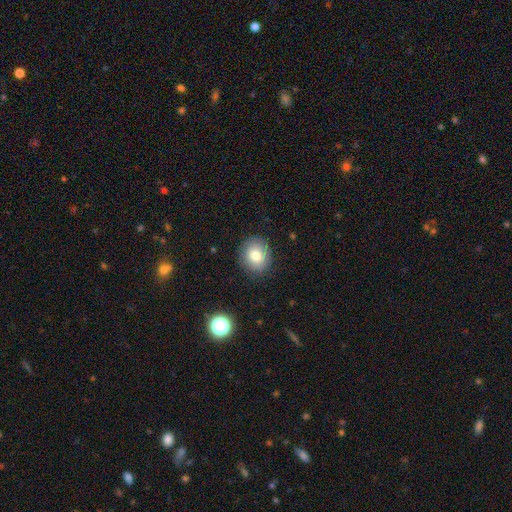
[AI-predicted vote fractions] This appears to be a smooth galaxy with no disk features (77%) that is round (74%). Merging: none (86%).